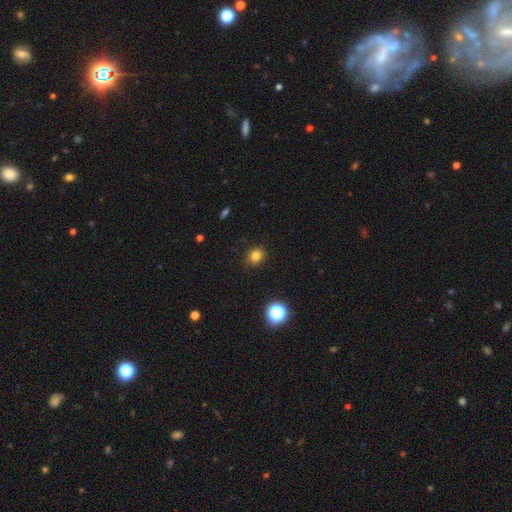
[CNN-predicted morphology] Overall: smooth (80%). How rounded: round (66%; in between 33%). Merging: none (88%).